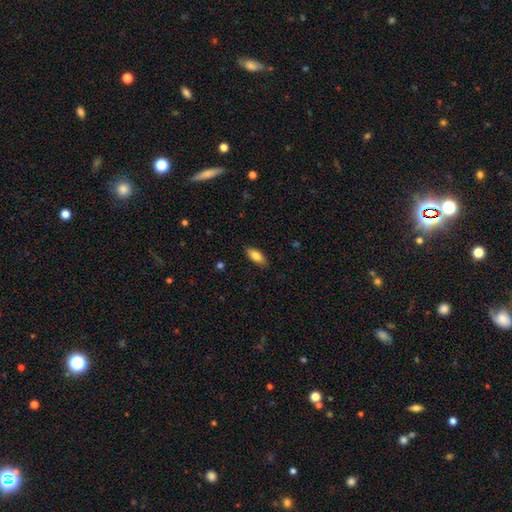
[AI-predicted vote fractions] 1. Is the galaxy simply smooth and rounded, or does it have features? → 83% smooth, 10% featured or disk, 7% star or artifact.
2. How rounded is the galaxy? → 81% in between, 17% cigar-shaped, 2% round.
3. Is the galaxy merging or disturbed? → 85% none, 12% minor disturbance, 2% major disturbance, 1% merger.